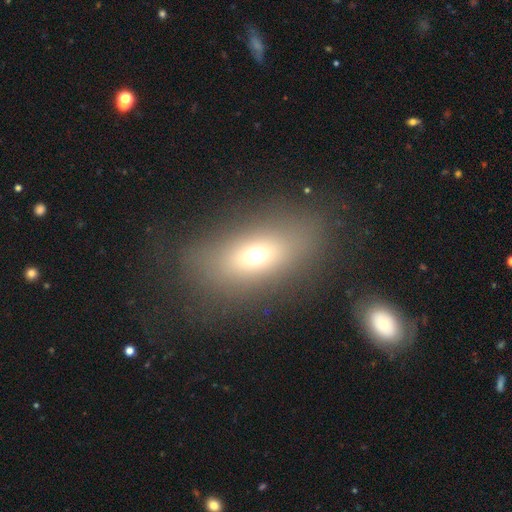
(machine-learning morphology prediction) The model was most divided on "smooth or featured": smooth: 63%, featured or disk: 21%, star or artifact: 16%. More confident: merging — none (76%); how rounded — in between (75%).